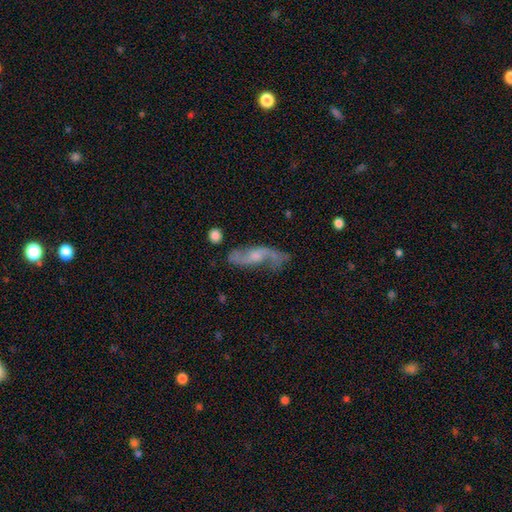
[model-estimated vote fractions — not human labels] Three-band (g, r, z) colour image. It shows a featured or disk galaxy (80%) with no bar (53%), 2 (90%) loose (65%) spiral arms (93%) and a moderate central bulge (44%). Merging: none (67%).